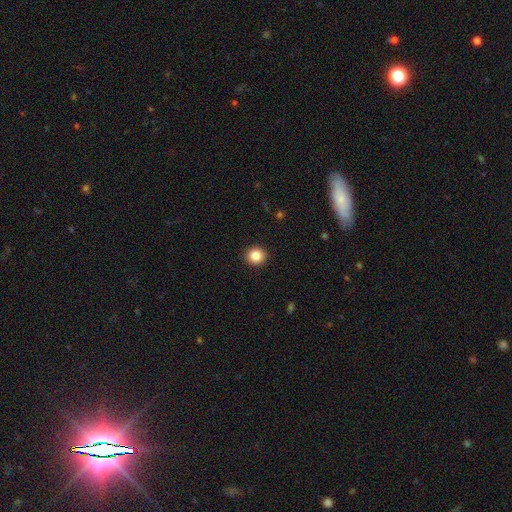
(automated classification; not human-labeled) A smooth galaxy with no disk features (85%) that is round (90%).

Vote fractions:
- Smooth or featured? smooth: 85% / star or artifact: 10% / featured or disk: 5%
- How rounded? round: 90% / in between: 9% / cigar-shaped: 1%
- Merging? none: 92% / minor disturbance: 5% / major disturbance: 2% / merger: 1%